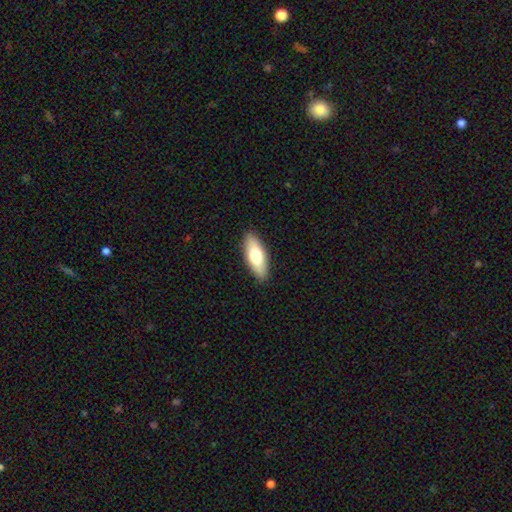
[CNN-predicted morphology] Overall: smooth (72%). How rounded: in between (67%; cigar-shaped 31%). Merging: none (89%).